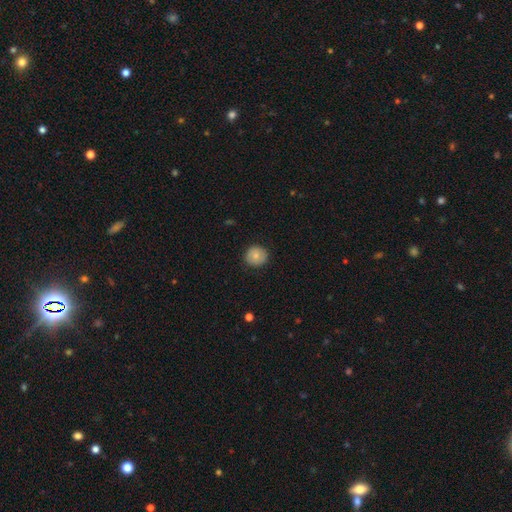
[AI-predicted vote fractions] The model was most divided on "smooth or featured": smooth: 80%, featured or disk: 12%, star or artifact: 8%. More confident: how rounded — round (90%); merging — none (87%).